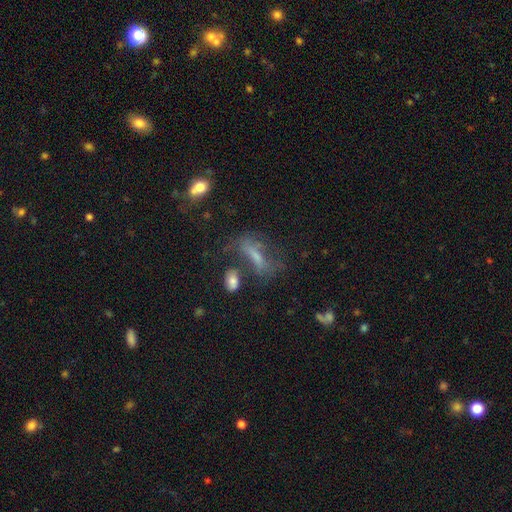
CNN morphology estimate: Overall: smooth (43%; featured or disk 39%). Merging: none (43%; major disturbance 25%).